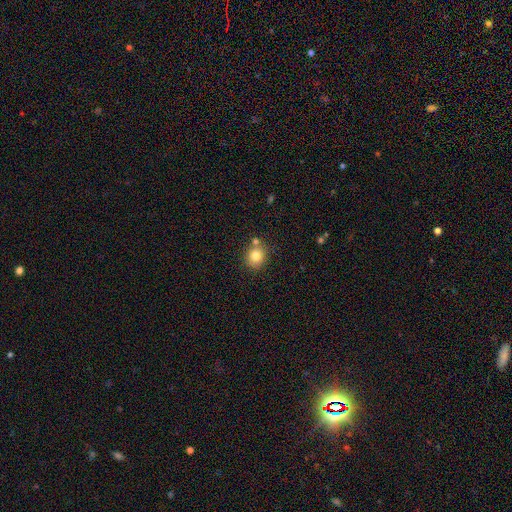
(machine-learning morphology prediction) Overall: smooth (80%). How rounded: round (80%). Merging: none (74%).